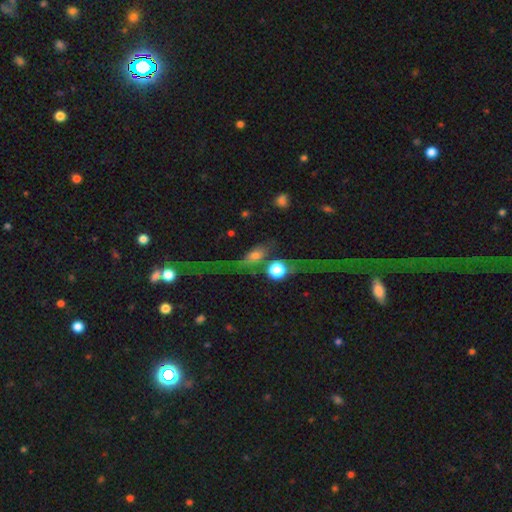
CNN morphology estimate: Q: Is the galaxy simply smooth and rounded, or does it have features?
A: smooth — 51%.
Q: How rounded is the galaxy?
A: in between — 45%.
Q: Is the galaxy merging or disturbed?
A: none — 47%.